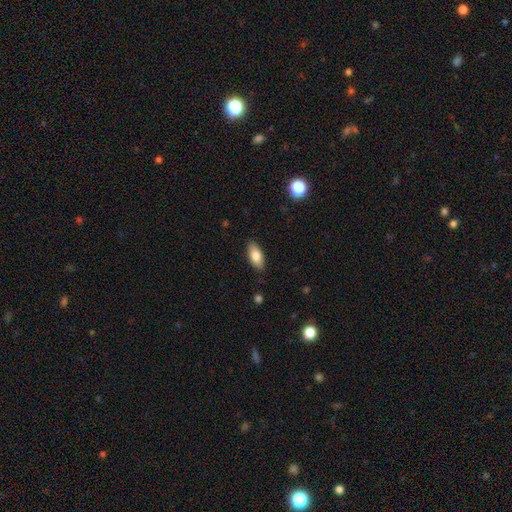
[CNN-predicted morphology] This is clearly a smooth galaxy (81%). How rounded: clearly in between (86%). Merging: clearly none (86%).